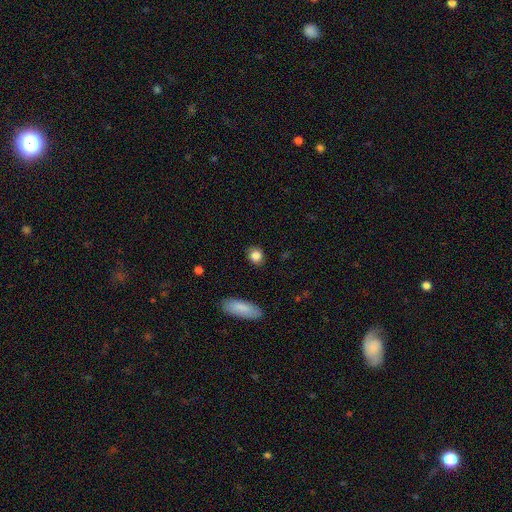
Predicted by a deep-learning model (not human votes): smooth_or_featured: smooth (p=0.85) [alt: star or artifact p=0.09]
how_rounded: round (p=0.64) [alt: in between p=0.34]
merging: none (p=0.85) [alt: minor disturbance p=0.10]